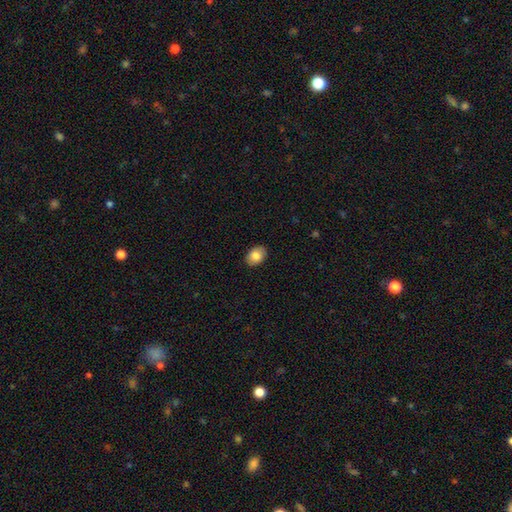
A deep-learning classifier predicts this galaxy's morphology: smooth-or-featured: smooth: 83% | featured or disk: 9% | star or artifact: 7%
  how-rounded: in between: 81% | round: 18% | cigar-shaped: 1%
  merging: none: 89% | minor disturbance: 8% | major disturbance: 2% | merger: 1%